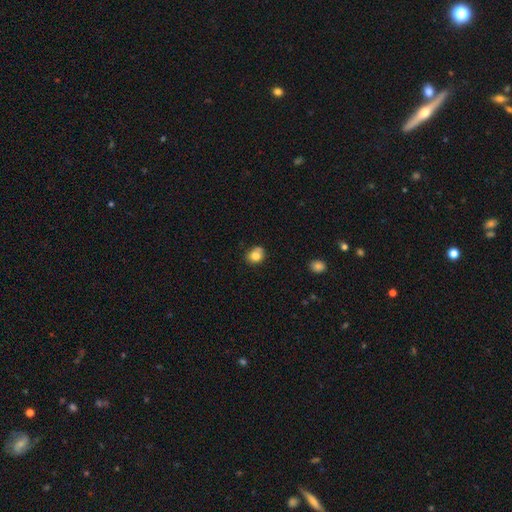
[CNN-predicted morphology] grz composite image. It shows a smooth galaxy with no disk features (79%) that is round (68%). Merging: none (68%).